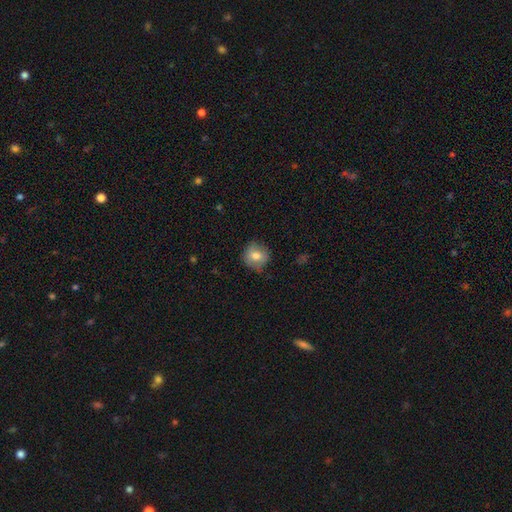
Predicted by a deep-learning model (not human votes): Smooth or featured?
  - smooth: 76% *
  - featured or disk: 15%
  - star or artifact: 9%
How rounded?
  - round: 87% *
  - in between: 12%
  - cigar-shaped: 1%
Merging?
  - none: 79% *
  - minor disturbance: 16%
  - major disturbance: 3%
  - merger: 1%